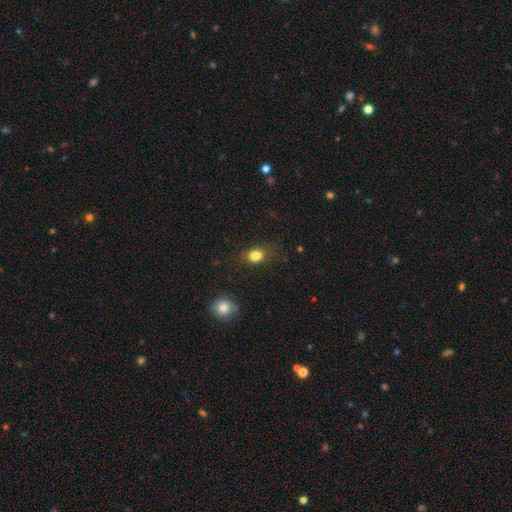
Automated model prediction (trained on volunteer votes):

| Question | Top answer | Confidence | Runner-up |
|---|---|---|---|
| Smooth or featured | smooth | 81% | star or artifact (12%) |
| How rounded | in between | 64% | round (34%) |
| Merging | none | 67% | minor disturbance (20%) |